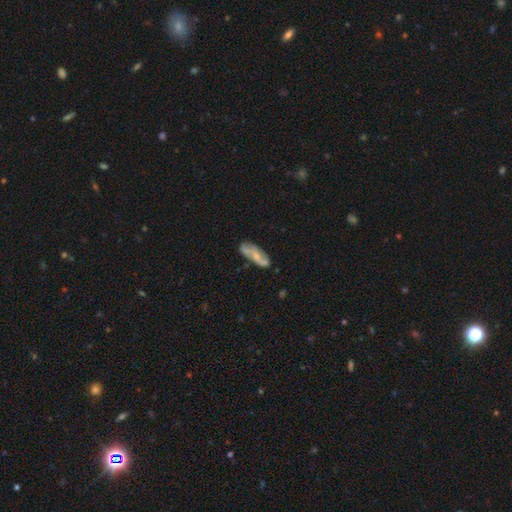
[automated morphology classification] smooth-or-featured: featured or disk: 49% | smooth: 44% | star or artifact: 7%
  merging: none: 64% | minor disturbance: 23% | major disturbance: 8% | merger: 5%